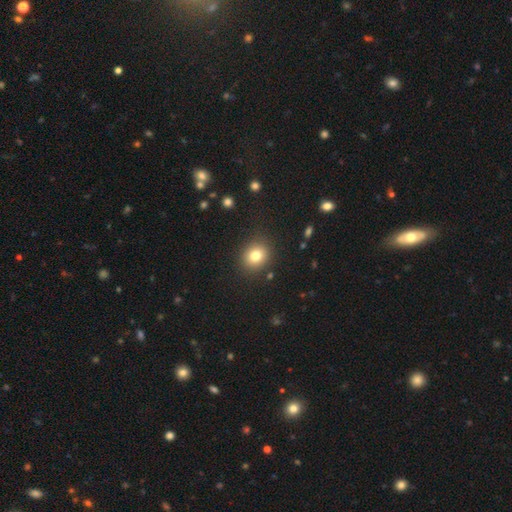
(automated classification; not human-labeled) smooth_or_featured: smooth (p=0.79) [alt: star or artifact p=0.12]
how_rounded: round (p=0.76) [alt: in between p=0.23]
merging: none (p=0.88) [alt: minor disturbance p=0.08]